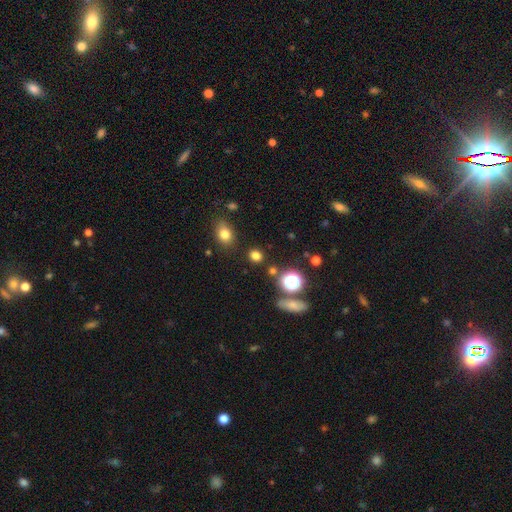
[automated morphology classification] Smooth or featured: smooth — 74% (star or artifact — 21%)
How rounded: round — 76% (in between — 22%)
Merging: none — 83% (minor disturbance — 9%)